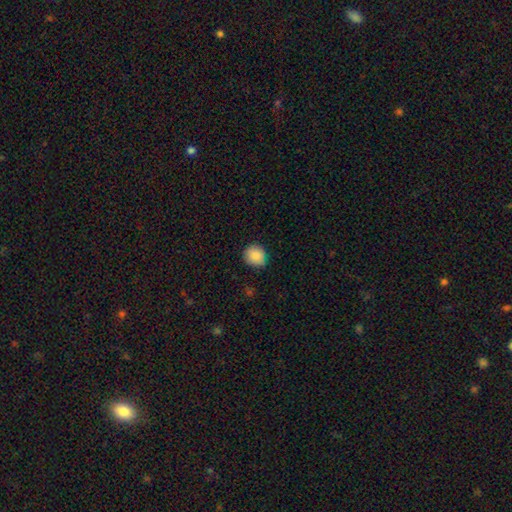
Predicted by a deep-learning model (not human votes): Smooth or featured? Predicted: smooth (p=0.88). How rounded? Predicted: round (p=0.84). Merging? Predicted: none (p=0.84).